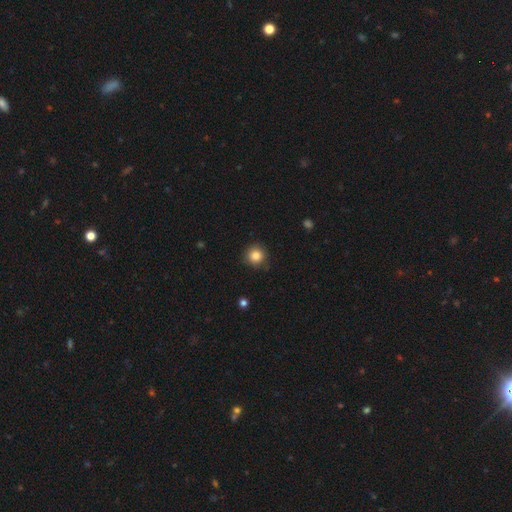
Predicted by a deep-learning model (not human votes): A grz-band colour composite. It shows a smooth galaxy with no disk features (84%) that is round (94%). Merging: none (86%).